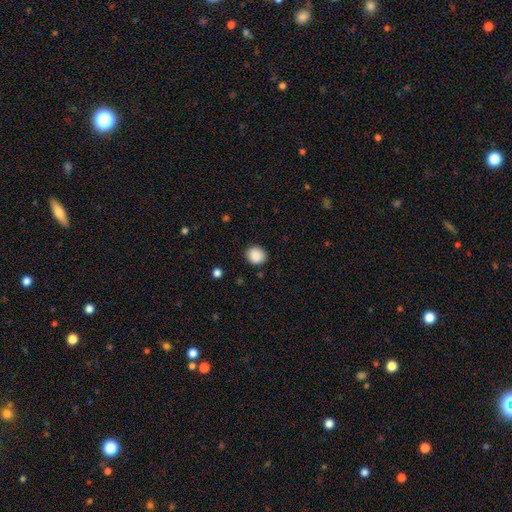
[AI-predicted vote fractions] A smooth galaxy with no disk features (89%) that is round (78%). Merging: none (87%).